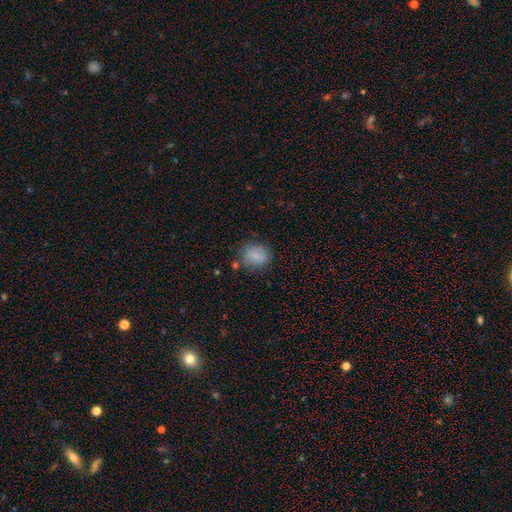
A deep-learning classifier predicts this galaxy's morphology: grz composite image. It shows a smooth galaxy with no disk features (79%) that is round (61%). Merging: none (75%).